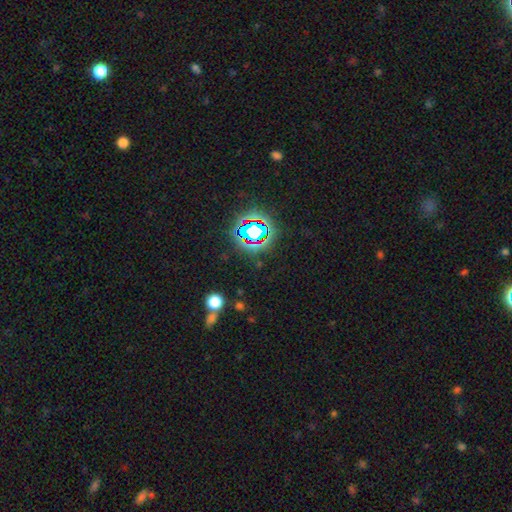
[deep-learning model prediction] smooth_or_featured: star or artifact (p=0.78) [alt: smooth p=0.13]